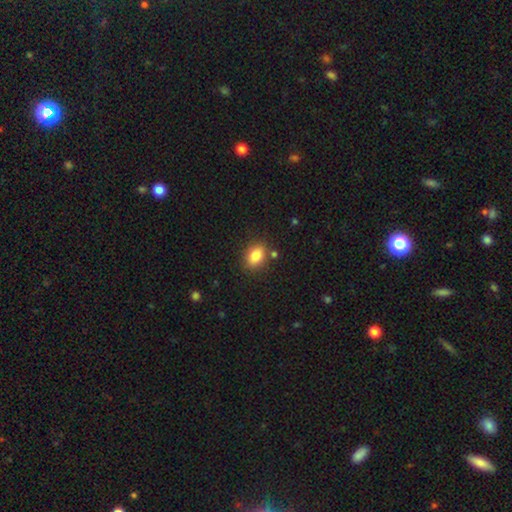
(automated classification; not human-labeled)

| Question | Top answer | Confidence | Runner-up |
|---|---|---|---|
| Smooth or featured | smooth | 84% | star or artifact (9%) |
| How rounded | in between | 76% | round (23%) |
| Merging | none | 81% | minor disturbance (11%) |